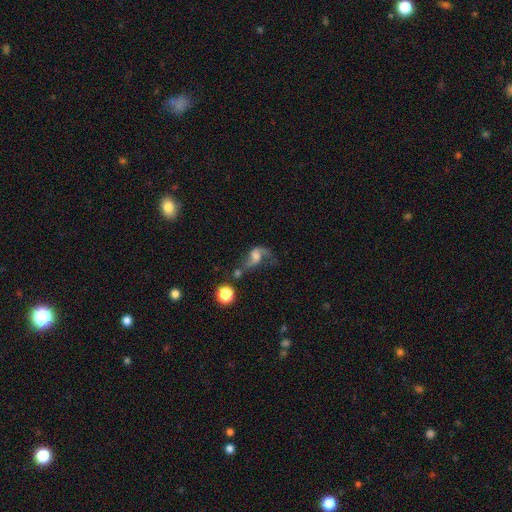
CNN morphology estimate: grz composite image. It shows a featured or disk galaxy (69%) with no bar (53%), 2 (78%) loose (82%) spiral arms (87%) and a moderate central bulge (34%). Merging: none (33%).